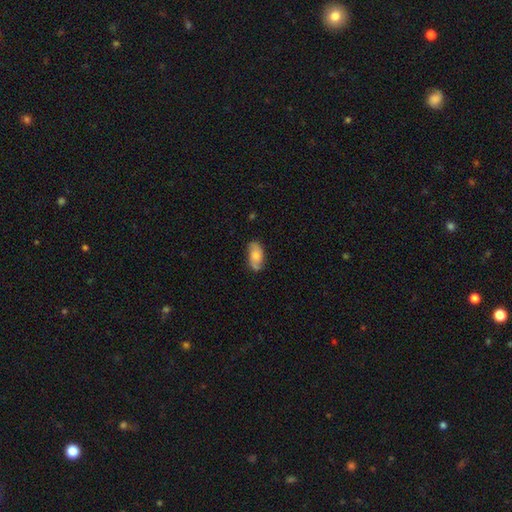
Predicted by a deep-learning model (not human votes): Smooth or featured? Predicted: smooth (p=0.57). How rounded? Predicted: in between (p=0.91). Merging? Predicted: none (p=0.74).